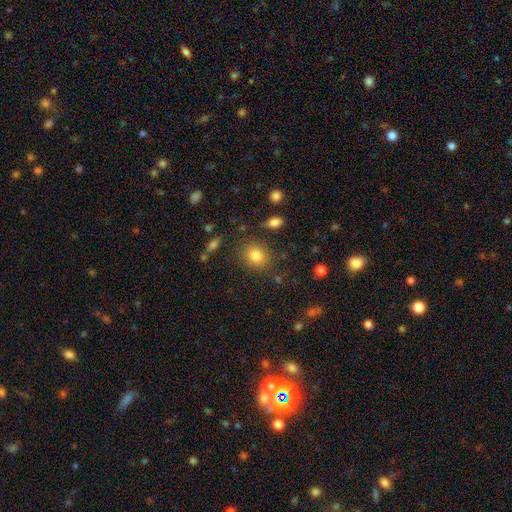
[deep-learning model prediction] This appears to be a smooth galaxy with no disk features (82%) that is round (64%). Merging: none (82%).